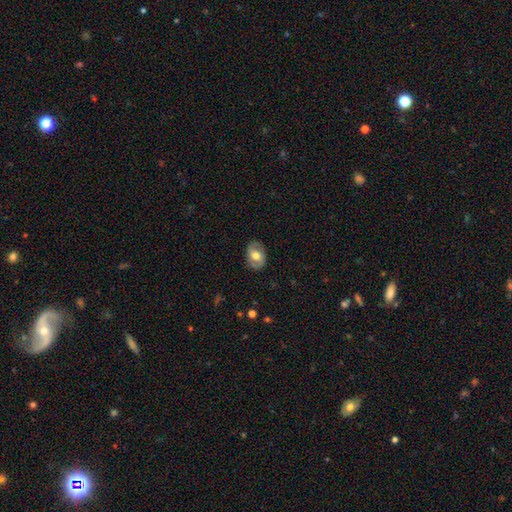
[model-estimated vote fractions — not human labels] Smooth or featured? smooth (47%)
Merging? none (82%)